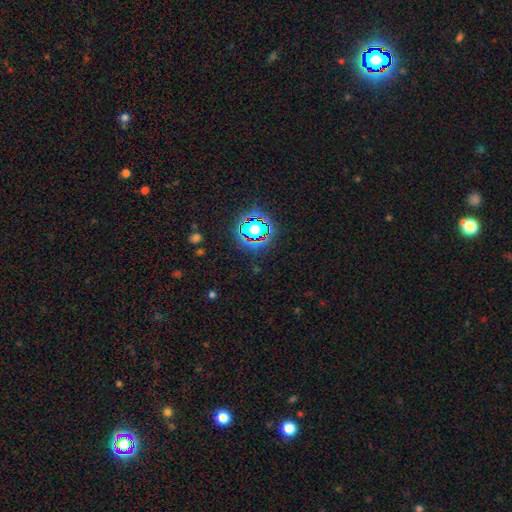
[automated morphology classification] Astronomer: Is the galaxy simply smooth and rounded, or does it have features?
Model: star or artifact — 78%.